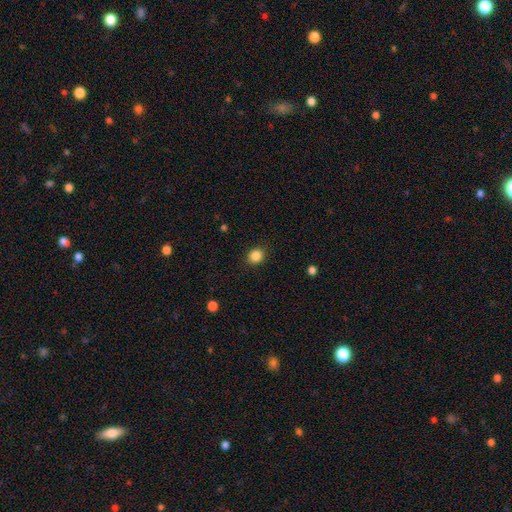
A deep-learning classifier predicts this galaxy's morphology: This appears to be a smooth galaxy with no disk features (86%) that is round (70%). Merging: none (89%).